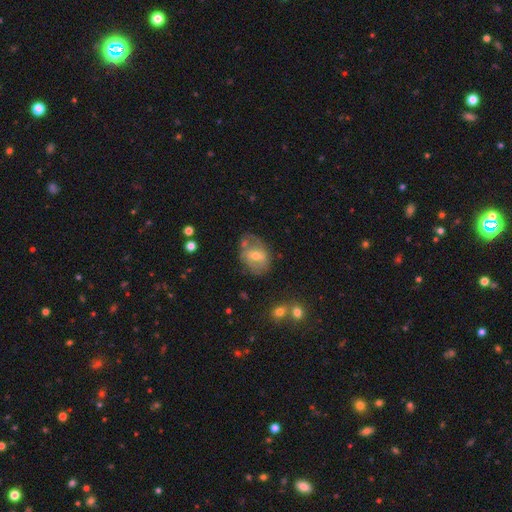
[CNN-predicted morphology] type=featured or disk (54%); edge-on=no (95%); bar=weak (48%); spiral arms=yes (54%); bulge=moderate (62%); merging=none (51%).